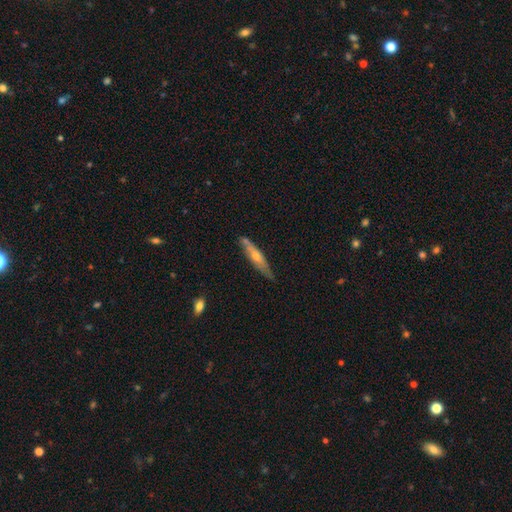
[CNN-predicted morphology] Smooth or featured?
  - featured or disk: 57% *
  - smooth: 36%
  - star or artifact: 6%
Edge-on disk?
  - yes: 80% *
  - no: 20%
Merging?
  - none: 74% *
  - minor disturbance: 19%
  - merger: 4%
  - major disturbance: 3%